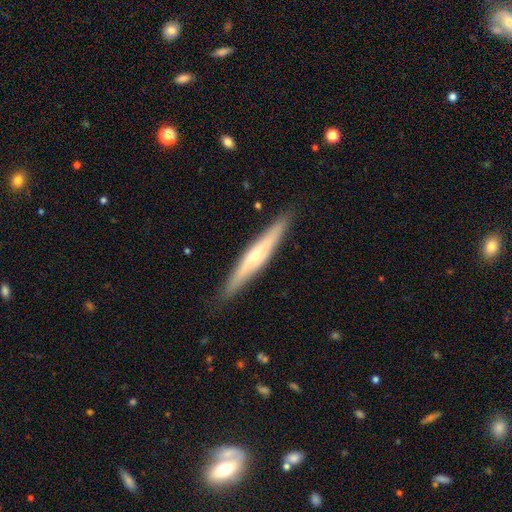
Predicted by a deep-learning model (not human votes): Smooth or featured? Predicted: featured or disk (p=0.62). Edge-on disk? Predicted: yes (p=0.93). Edge-on bulge? Predicted: rounded (p=0.76). Merging? Predicted: none (p=0.89).